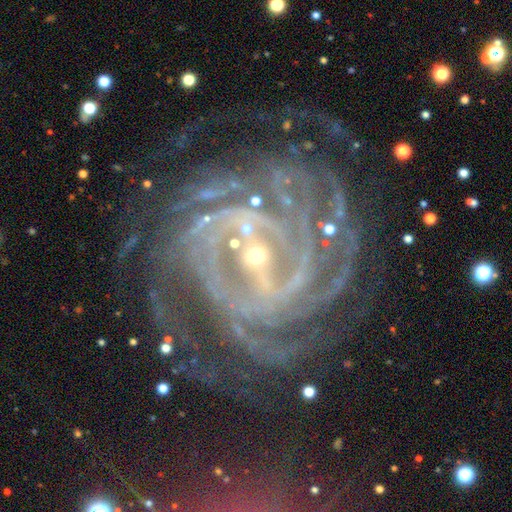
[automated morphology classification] featured or disk 91%, star or artifact 6%, smooth 3%. Down the decision tree: edge-on disk — no (97%); bar — strong (47%); spiral arms — yes (98%); spiral arm count — 4 (23%); spiral winding — tight (72%); bulge size — small (72%); merging — none (67%).